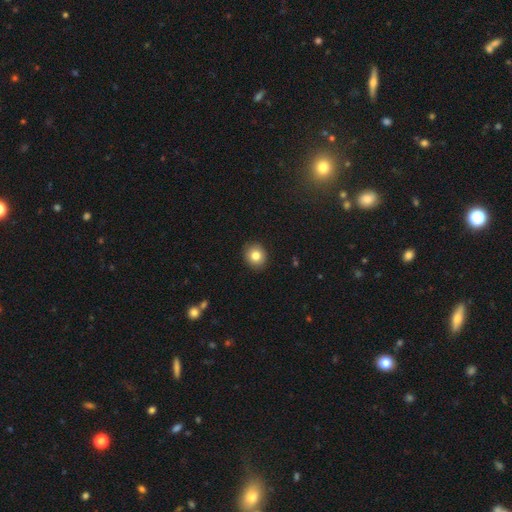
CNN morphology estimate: This is clearly a smooth galaxy (82%). How rounded: likely round (80%). Merging: clearly none (91%).